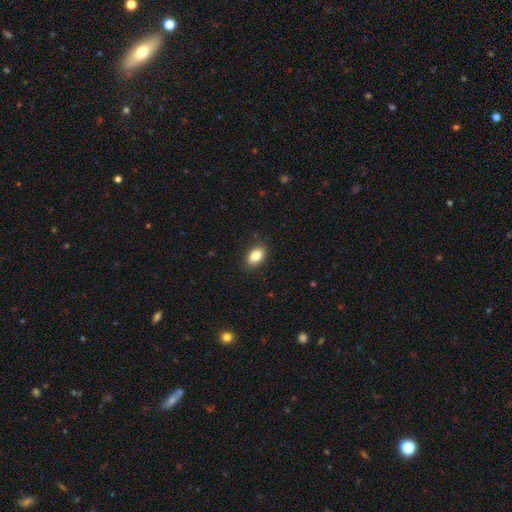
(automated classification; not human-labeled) Smooth or featured? Predicted: smooth (p=0.83). How rounded? Predicted: in between (p=0.87). Merging? Predicted: none (p=0.88).